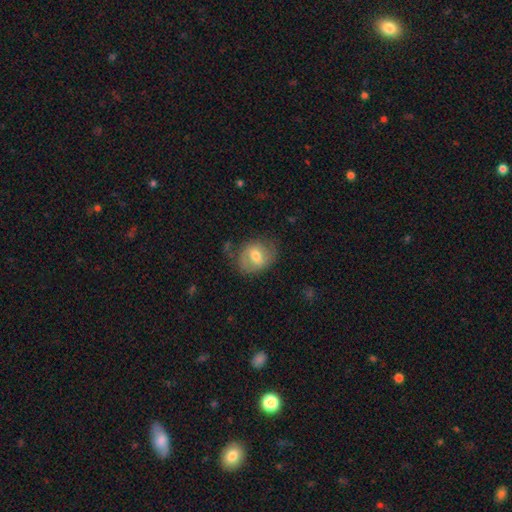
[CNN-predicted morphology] Smooth or featured? Predicted: smooth (p=0.55). How rounded? Predicted: round (p=0.50). Merging? Predicted: none (p=0.65).